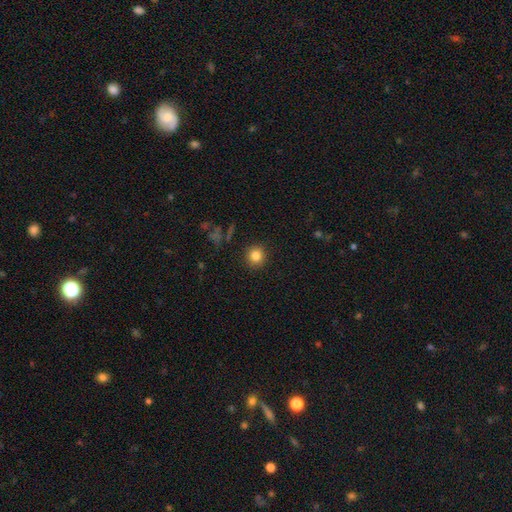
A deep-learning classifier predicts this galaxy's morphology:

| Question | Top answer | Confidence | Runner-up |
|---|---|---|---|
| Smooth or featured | smooth | 83% | star or artifact (11%) |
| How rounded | round | 90% | in between (9%) |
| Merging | none | 91% | minor disturbance (6%) |